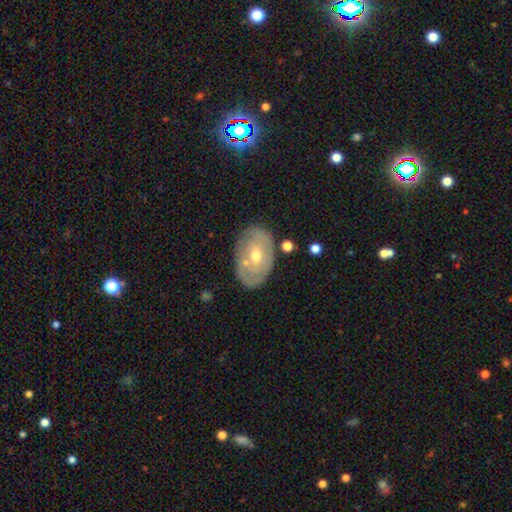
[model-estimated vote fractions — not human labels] Smooth or featured?
  - featured or disk: 60% *
  - smooth: 33%
  - star or artifact: 7%
Edge-on disk?
  - no: 93% *
  - yes: 7%
Bar?
  - no: 73% *
  - weak: 21%
  - strong: 6%
Spiral arms?
  - no: 56% *
  - yes: 44%
Bulge size?
  - moderate: 54% *
  - small: 43%
  - large: 2%
  - none: 1%
  - dominant: 1%
Merging?
  - none: 75% *
  - minor disturbance: 16%
  - merger: 6%
  - major disturbance: 4%